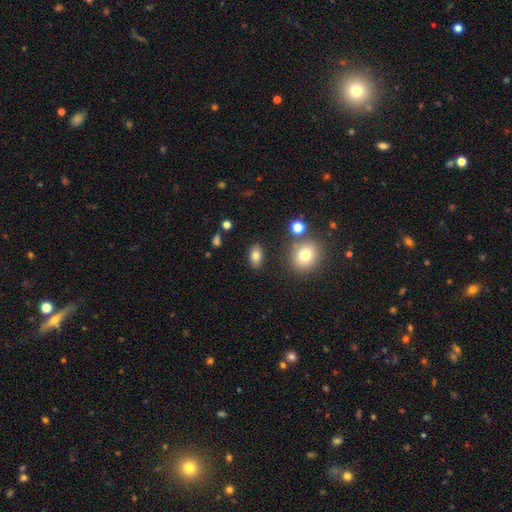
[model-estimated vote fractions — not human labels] Q: Smooth or featured?
A: smooth (79%); runner-up: star or artifact (11%)
Q: How rounded?
A: in between (85%); runner-up: round (12%)
Q: Merging?
A: none (84%); runner-up: minor disturbance (9%)